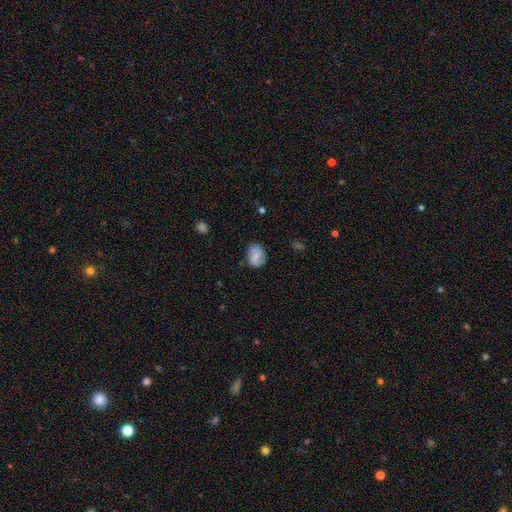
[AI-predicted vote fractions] This is possibly a smooth galaxy (51%). How rounded: possibly in between (54%). Merging: likely none (69%).